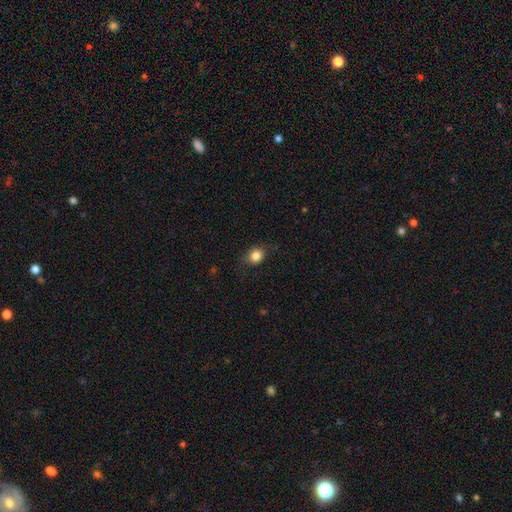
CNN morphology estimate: This is clearly a smooth galaxy (83%). How rounded: likely round (62%). Merging: likely none (79%).